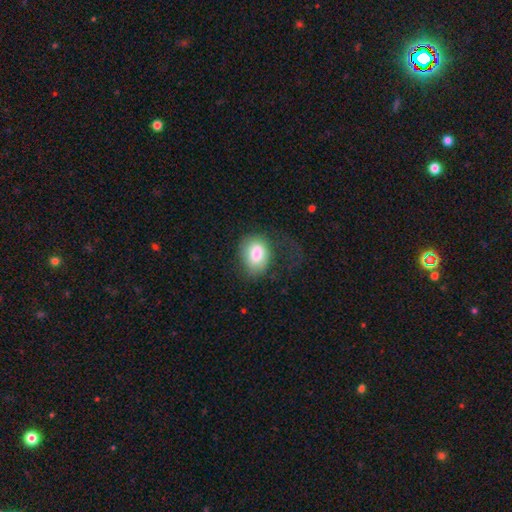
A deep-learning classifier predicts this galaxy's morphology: A smooth galaxy with no disk features (80%) that is in between round and cigar-shaped (67%). Merging: none (48%).